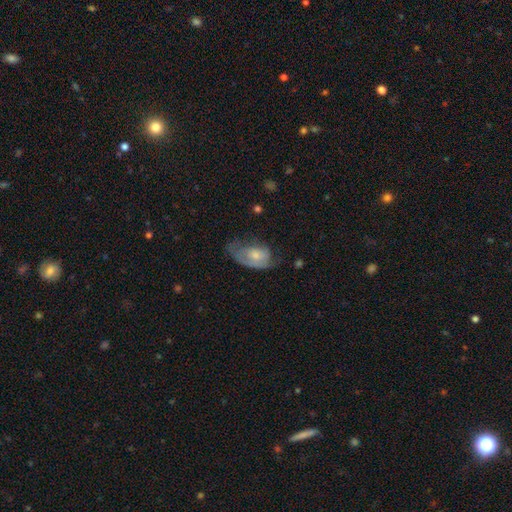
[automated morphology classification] smooth_or_featured: smooth (p=0.47) [alt: featured or disk p=0.46]
merging: major disturbance (p=0.34) [alt: minor disturbance p=0.33]